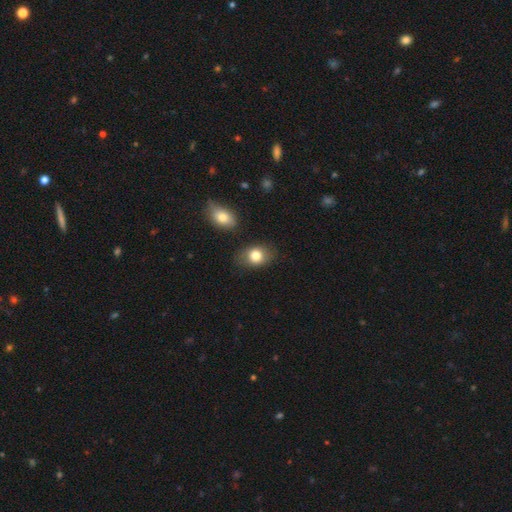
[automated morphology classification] smooth-or-featured: smooth: 81% | featured or disk: 11% | star or artifact: 8%
  how-rounded: in between: 69% | round: 30% | cigar-shaped: 1%
  merging: none: 80% | minor disturbance: 13% | merger: 4% | major disturbance: 3%